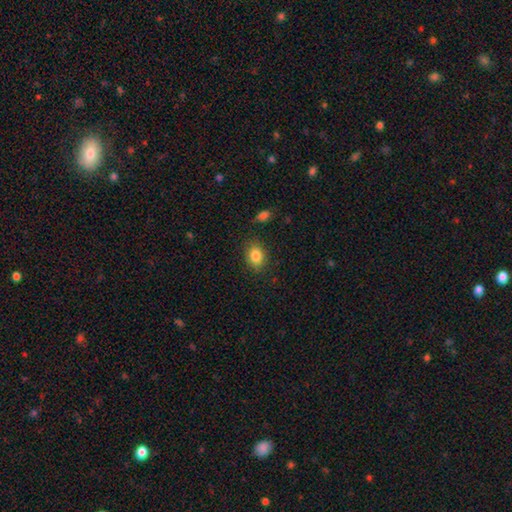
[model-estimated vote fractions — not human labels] A smooth galaxy with no disk features (85%) that is in between round and cigar-shaped (67%). Merging: none (83%).